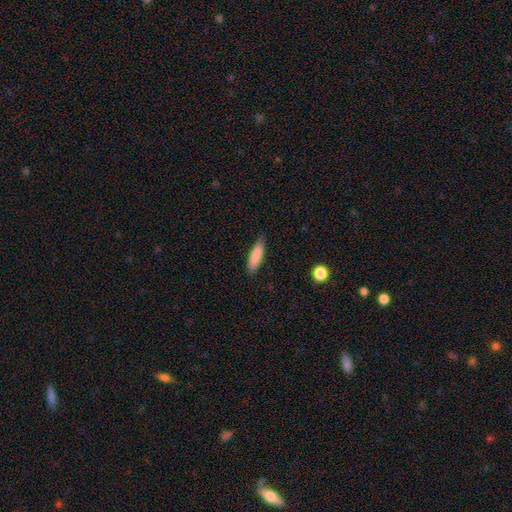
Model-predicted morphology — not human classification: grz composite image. It shows a smooth galaxy with no disk features (85%) that is cigar-shaped (63%). Merging: none (79%).